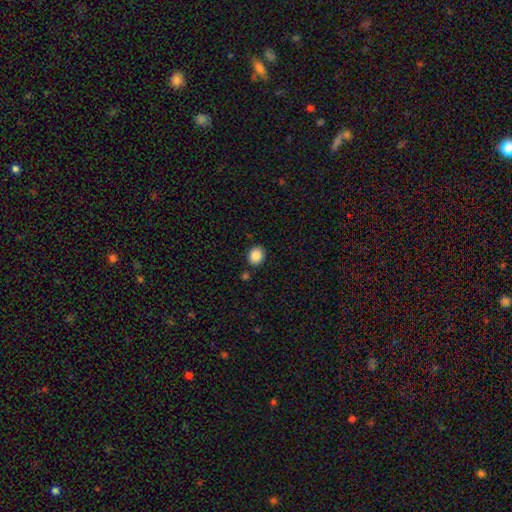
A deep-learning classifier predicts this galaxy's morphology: Smooth or featured?
  - smooth: 87% *
  - star or artifact: 9%
  - featured or disk: 4%
How rounded?
  - round: 64% *
  - in between: 35%
  - cigar-shaped: 1%
Merging?
  - none: 86% *
  - minor disturbance: 8%
  - merger: 4%
  - major disturbance: 2%